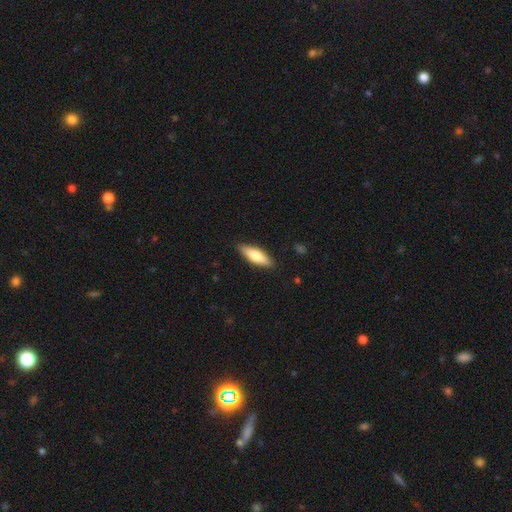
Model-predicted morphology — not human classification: smooth-or-featured: smooth: 71% | featured or disk: 24% | star or artifact: 5%
  how-rounded: in between: 49% (tied) | cigar-shaped: 49% (tied) | round: 2%
  merging: none: 88% | minor disturbance: 9% | major disturbance: 2% | merger: 1%